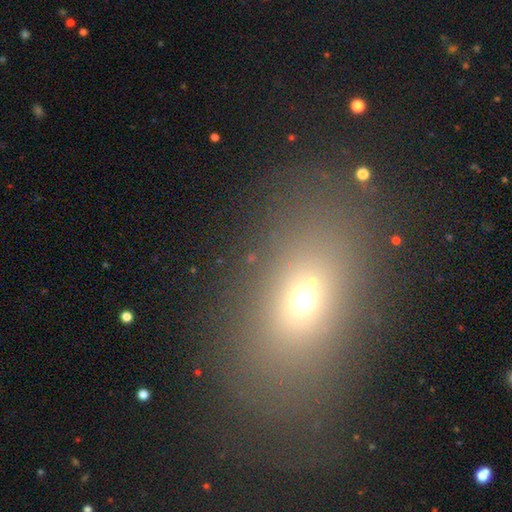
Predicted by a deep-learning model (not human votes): Overall: smooth (61%; star or artifact 24%). How rounded: in between (70%). Merging: none (78%).